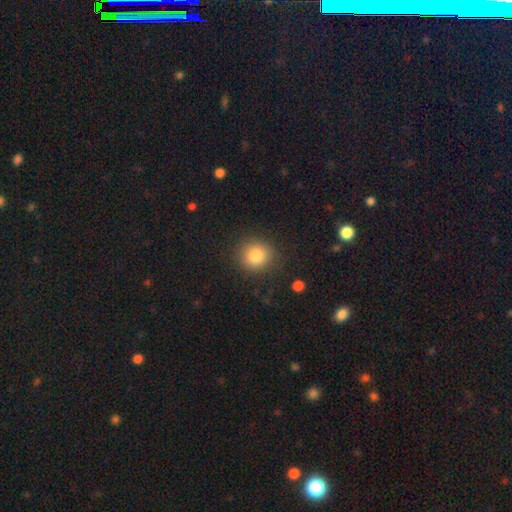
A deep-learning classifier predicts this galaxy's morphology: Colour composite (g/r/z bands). It shows a smooth galaxy with no disk features (82%) that is round (86%). Merging: none (87%).